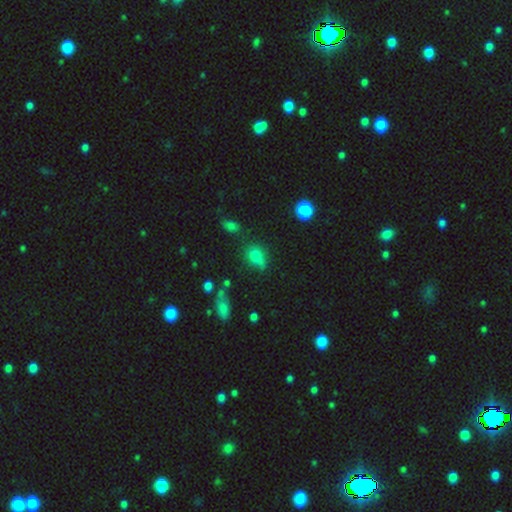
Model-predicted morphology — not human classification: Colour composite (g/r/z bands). It shows a smooth galaxy with no disk features (73%) that is in between round and cigar-shaped (51%). Merging: none (50%).